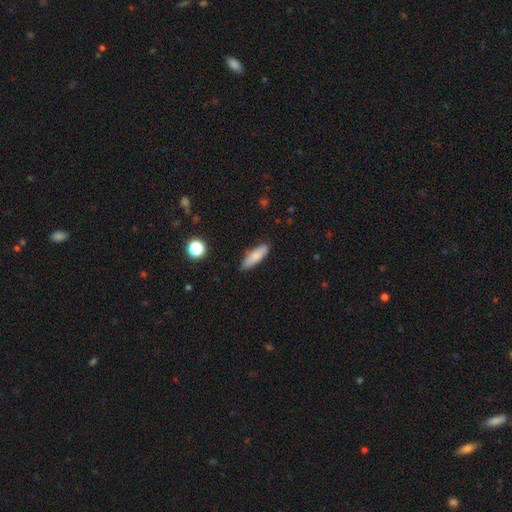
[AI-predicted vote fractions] Smooth or featured?
  - smooth: 80% *
  - featured or disk: 12%
  - star or artifact: 7%
How rounded?
  - cigar-shaped: 57% *
  - in between: 41%
  - round: 2%
Merging?
  - none: 84% *
  - minor disturbance: 12%
  - major disturbance: 2%
  - merger: 2%